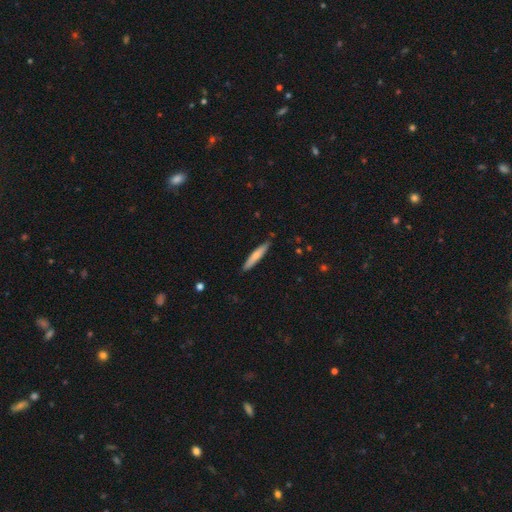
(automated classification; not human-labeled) This is likely a smooth galaxy (68%). How rounded: clearly cigar-shaped (91%). Merging: clearly none (86%).